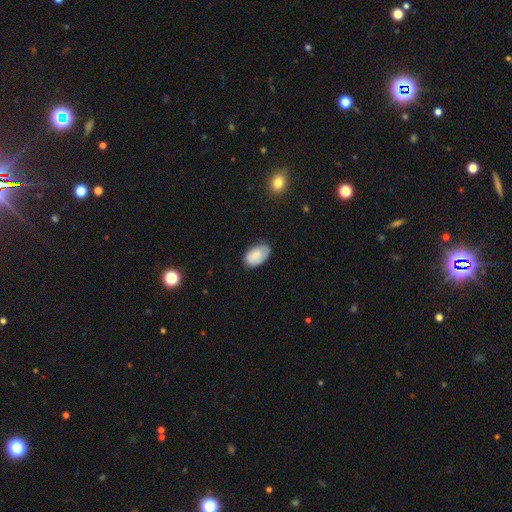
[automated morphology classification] Overall: smooth (76%). How rounded: in between (93%). Merging: none (72%).